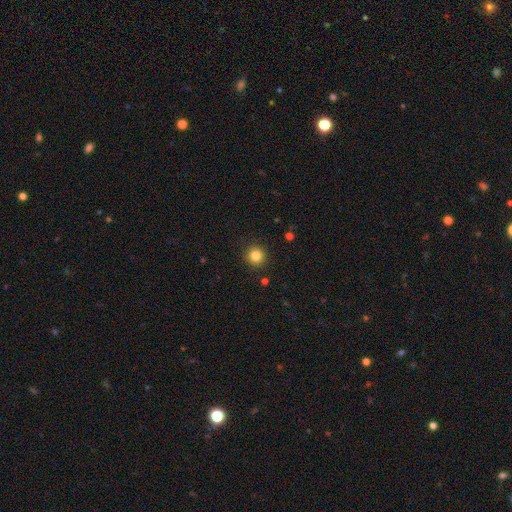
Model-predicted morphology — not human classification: A smooth galaxy with no disk features (83%) that is round (95%).

Vote fractions:
- Smooth or featured? smooth: 83% / star or artifact: 12% / featured or disk: 5%
- How rounded? round: 95% / in between: 4% / cigar-shaped: 1%
- Merging? none: 92% / minor disturbance: 5% / major disturbance: 2% / merger: 1%